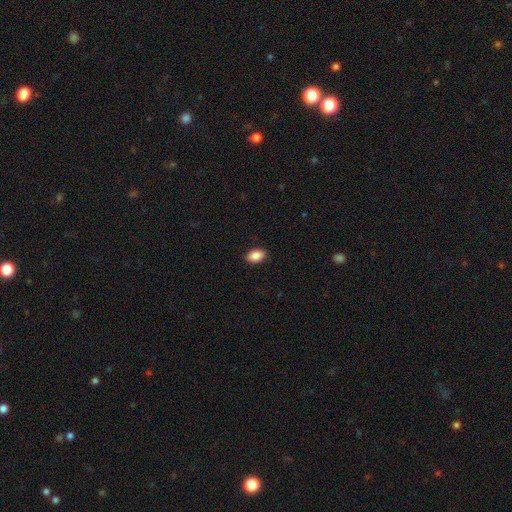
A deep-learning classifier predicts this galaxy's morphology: This is clearly a smooth galaxy (89%). How rounded: clearly in between (89%). Merging: clearly none (89%).